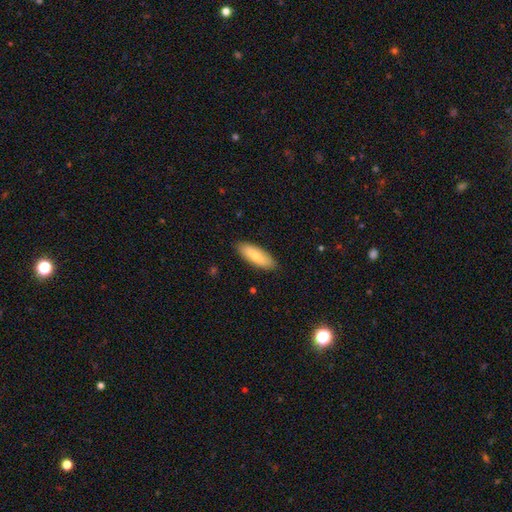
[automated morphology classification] smooth-or-featured: smooth: 72% | featured or disk: 23% | star or artifact: 5%
  how-rounded: in between: 62% | cigar-shaped: 36% | round: 2%
  merging: none: 88% | minor disturbance: 9% | major disturbance: 2% | merger: 1%